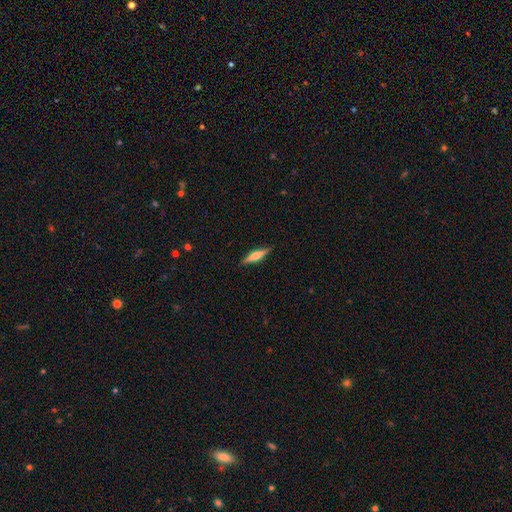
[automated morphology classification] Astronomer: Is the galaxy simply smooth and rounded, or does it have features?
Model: featured or disk — 53% (runner-up: smooth, 41%).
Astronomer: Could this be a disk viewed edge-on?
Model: yes — 96%.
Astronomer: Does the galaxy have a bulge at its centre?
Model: rounded — 71%.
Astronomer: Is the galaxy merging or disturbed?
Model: none — 89%.